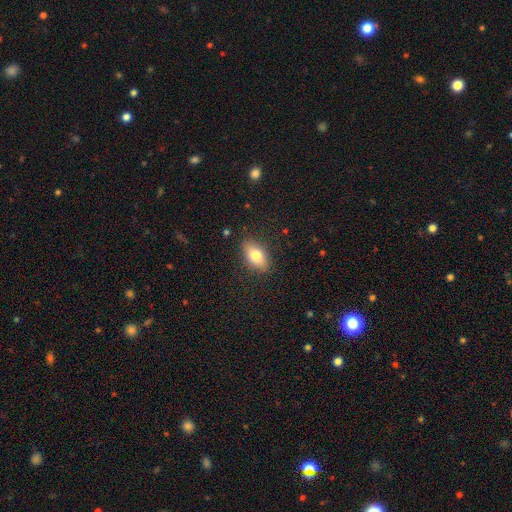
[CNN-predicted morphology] Q: Smooth or featured?
A: smooth (77%); runner-up: featured or disk (15%)
Q: How rounded?
A: in between (88%); runner-up: round (6%)
Q: Merging?
A: none (86%); runner-up: minor disturbance (11%)